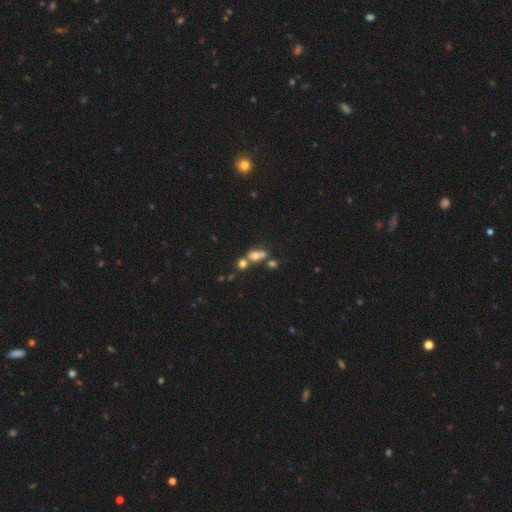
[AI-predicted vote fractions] This is likely a smooth galaxy (63%). How rounded: possibly in between (55%). Merging: possibly merger (47%).